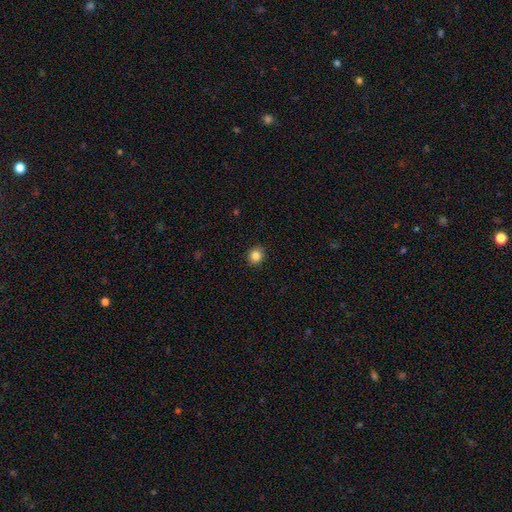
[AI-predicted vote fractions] Overall: smooth (84%). How rounded: round (79%). Merging: none (91%).